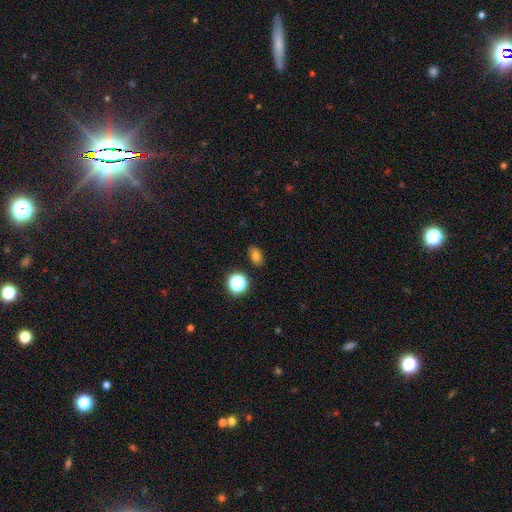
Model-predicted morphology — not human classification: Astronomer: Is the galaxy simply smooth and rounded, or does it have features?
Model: smooth — 75%.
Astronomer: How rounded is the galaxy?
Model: in between — 76%.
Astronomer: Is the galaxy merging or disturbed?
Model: none — 82%.